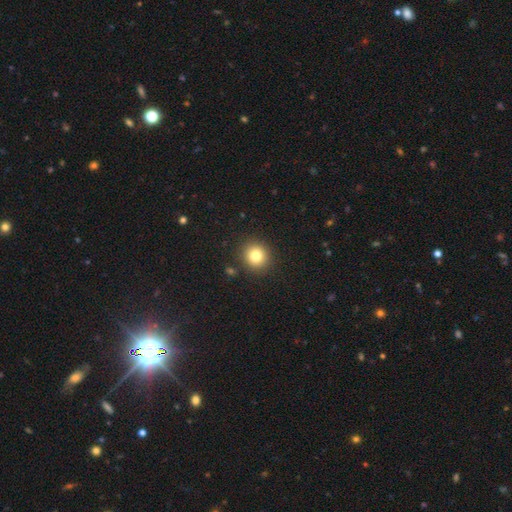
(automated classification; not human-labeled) A smooth galaxy with no disk features (81%) that is round (89%). Merging: none (89%).